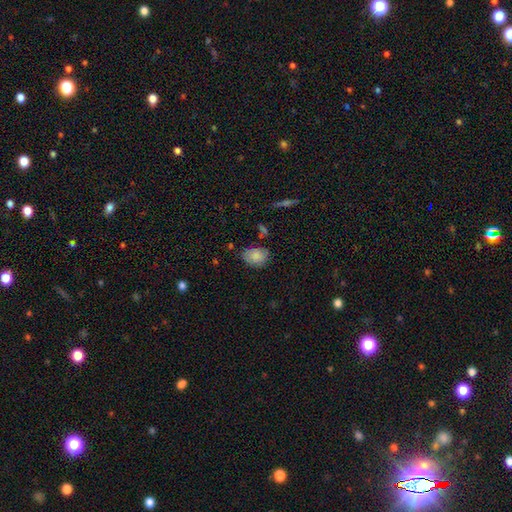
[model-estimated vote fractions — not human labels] Smooth or featured?
  - smooth: 84% *
  - featured or disk: 9%
  - star or artifact: 8%
How rounded?
  - in between: 72% *
  - round: 27%
  - cigar-shaped: 1%
Merging?
  - none: 69% *
  - minor disturbance: 23%
  - major disturbance: 5%
  - merger: 4%